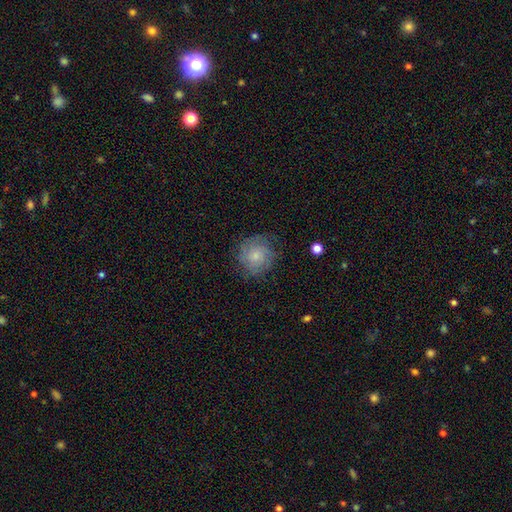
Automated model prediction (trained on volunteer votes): Overall: featured or disk (46%, tied with smooth). Merging: none (72%).